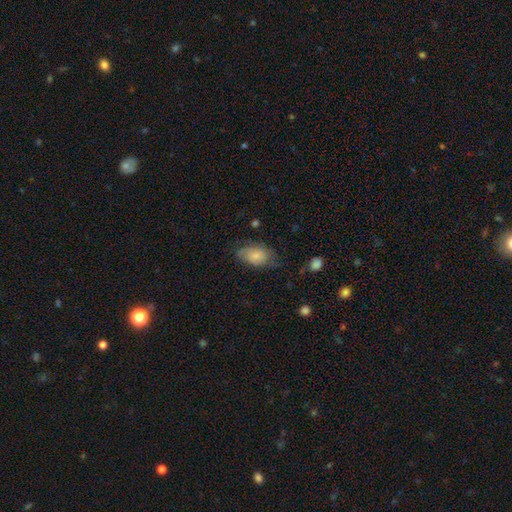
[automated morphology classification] A smooth galaxy with no disk features (70%) that is in between round and cigar-shaped (91%). Merging: none (55%).